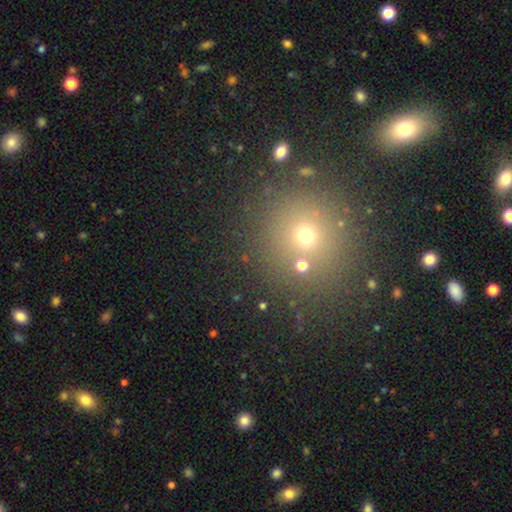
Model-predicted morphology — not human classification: This is possibly a smooth galaxy (51%). How rounded: clearly round (88%). Merging: likely none (78%).